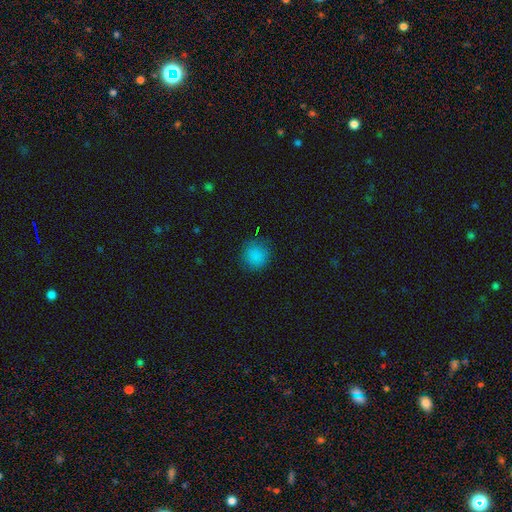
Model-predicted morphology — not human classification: smooth-or-featured: smooth: 85% | star or artifact: 11% | featured or disk: 4%
  how-rounded: round: 92% | in between: 7% | cigar-shaped: 1%
  merging: none: 86% | minor disturbance: 10% | major disturbance: 3% | merger: 1%